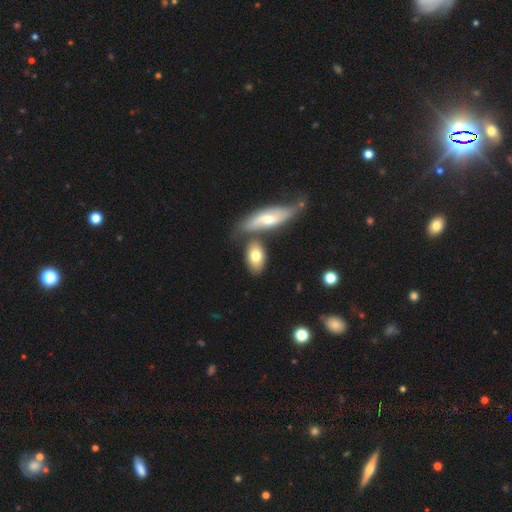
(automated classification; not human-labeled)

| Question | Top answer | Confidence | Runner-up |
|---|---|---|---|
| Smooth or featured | smooth | 73% | featured or disk (22%) |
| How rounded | in between | 89% | round (6%) |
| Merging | none | 60% | merger (24%) |